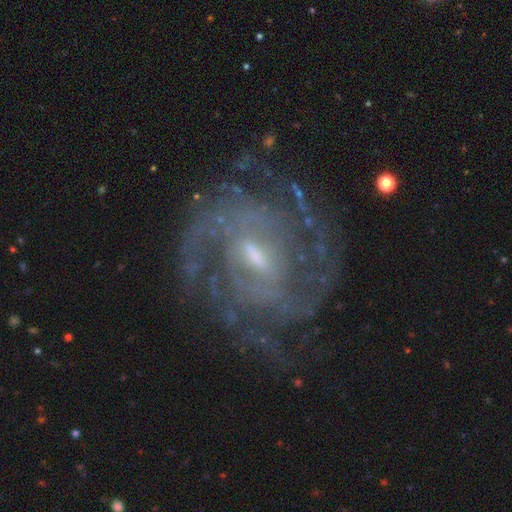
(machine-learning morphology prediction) Smooth or featured? featured or disk (90%)
Edge-on disk? no (97%)
Bar? weak (56%)
Spiral arms? yes (96%)
Spiral winding? tight (46%)
Spiral arm count? 2 (42%)
Bulge size? small (58%)
Merging? none (70%)